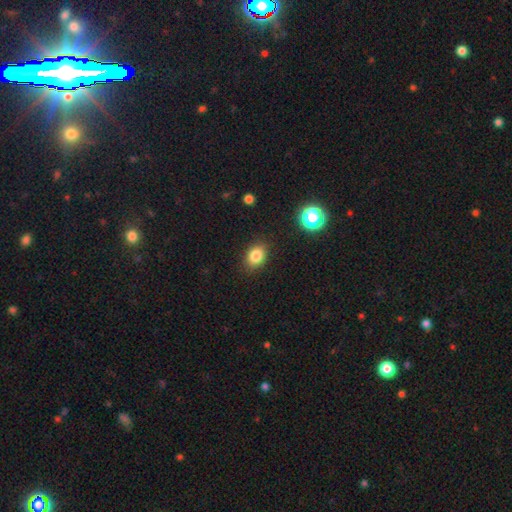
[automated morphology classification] A smooth galaxy with no disk features (83%) that is in between round and cigar-shaped (62%). Merging: none (86%).